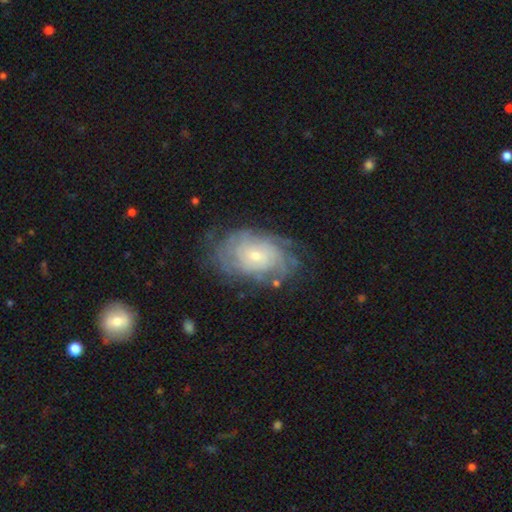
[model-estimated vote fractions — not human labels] Overall: featured or disk (74%). Edge-on disk: no (96%). Bar: no (78%). Spiral arms: yes (85%). Spiral arm count: can't tell (59%). Spiral winding: tight (70%). Bulge size: small (69%). Merging: none (69%).